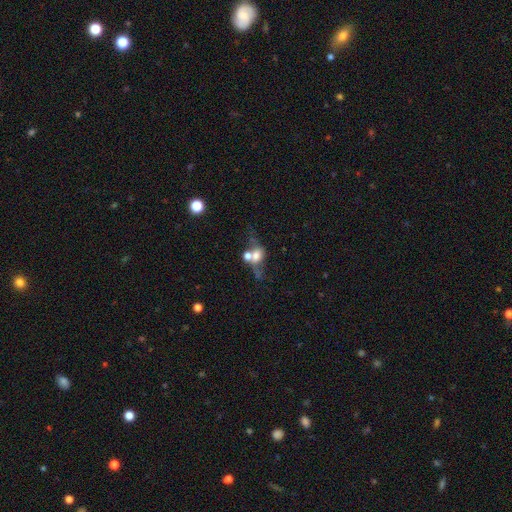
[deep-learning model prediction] The model was most divided on "how rounded": in between: 54%, round: 42%, cigar-shaped: 5%. Remaining: smooth or featured — smooth (51%); merging — merger (47%).